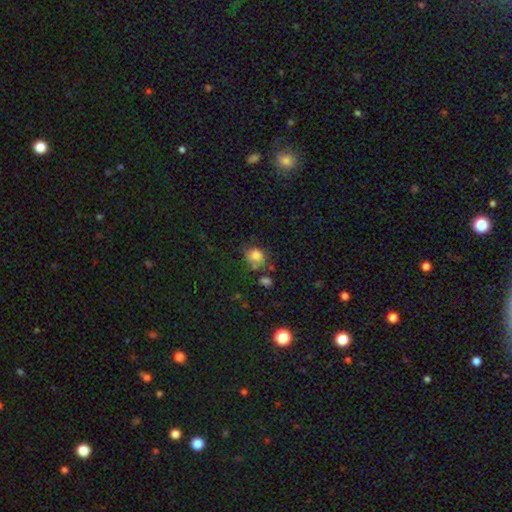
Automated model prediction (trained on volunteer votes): Morphology: type=smooth (81%); roundness=round (68%); merging=none (58%).